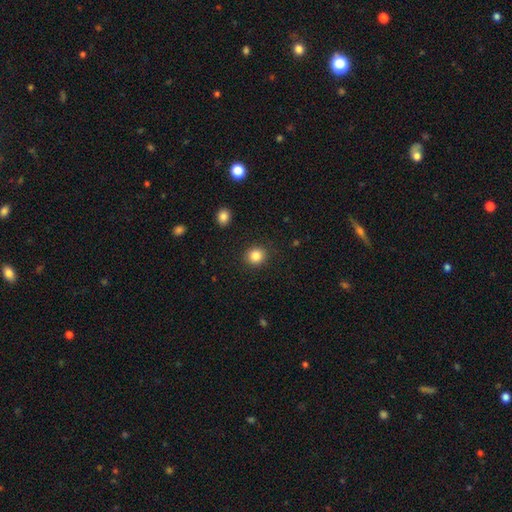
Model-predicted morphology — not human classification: smooth_or_featured: smooth (p=0.85) [alt: star or artifact p=0.10]
how_rounded: round (p=0.85) [alt: in between p=0.14]
merging: none (p=0.90) [alt: minor disturbance p=0.06]